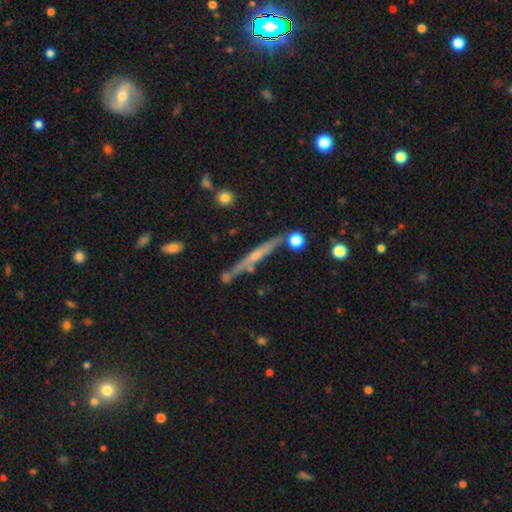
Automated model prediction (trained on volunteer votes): Smooth or featured? Predicted: featured or disk (p=0.65). Edge-on disk? Predicted: yes (p=0.95). Edge-on bulge? Predicted: rounded (p=0.51). Merging? Predicted: none (p=0.77).